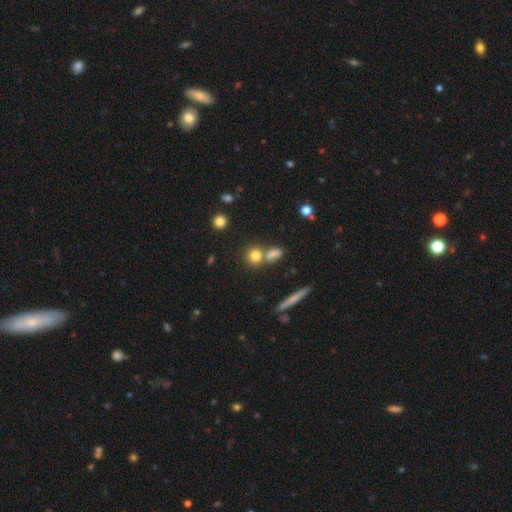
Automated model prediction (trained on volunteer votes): Smooth or featured? Predicted: smooth (p=0.77). How rounded? Predicted: round (p=0.81). Merging? Predicted: none (p=0.61).